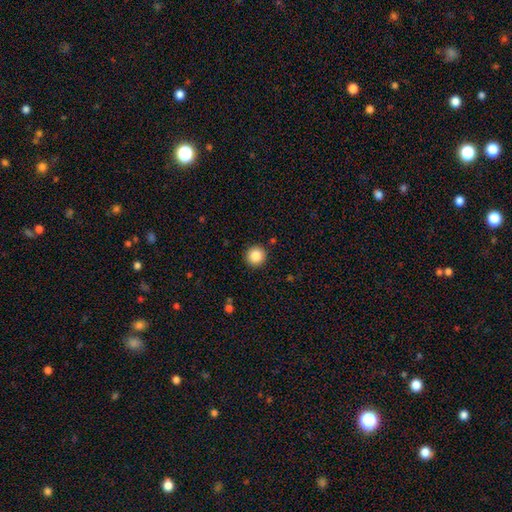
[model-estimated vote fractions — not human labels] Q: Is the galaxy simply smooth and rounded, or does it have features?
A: smooth — 86%.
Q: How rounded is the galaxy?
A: round — 95%.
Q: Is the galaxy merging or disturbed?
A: none — 92%.